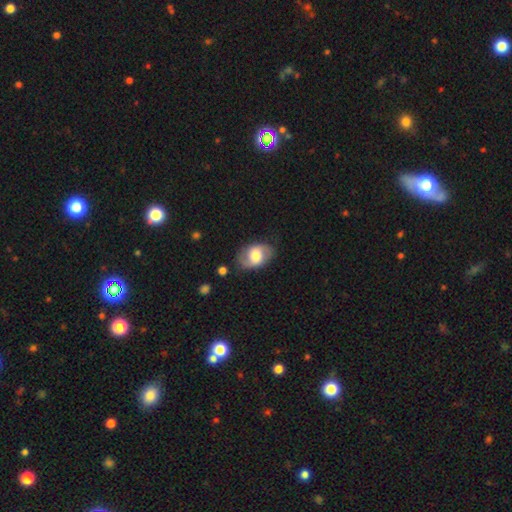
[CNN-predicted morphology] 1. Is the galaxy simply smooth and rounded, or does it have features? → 51% featured or disk, 42% smooth, 7% star or artifact.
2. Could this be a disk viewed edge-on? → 95% no, 5% yes.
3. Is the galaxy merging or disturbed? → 76% none, 17% minor disturbance, 5% major disturbance, 2% merger.